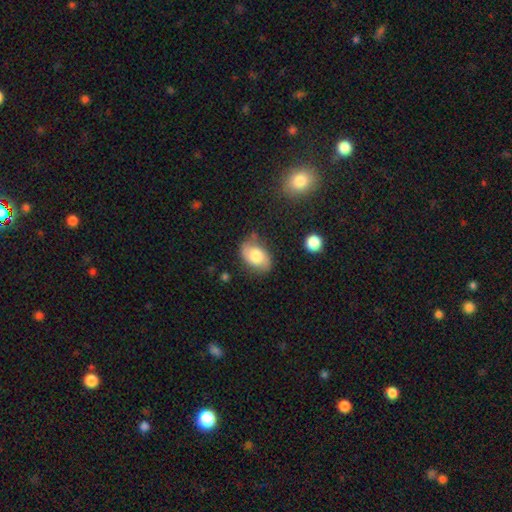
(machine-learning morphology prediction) A featured or disk galaxy (47%). Merging: none (70%).